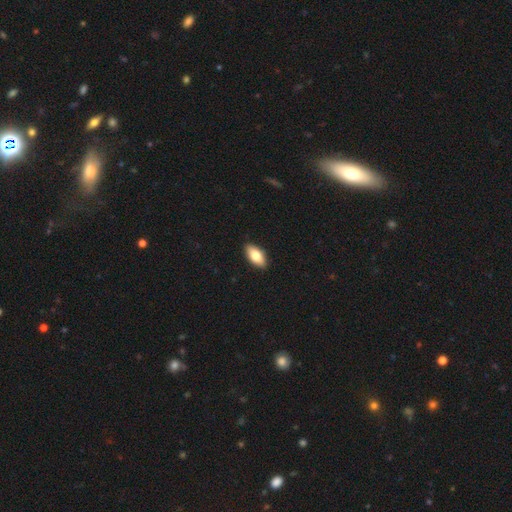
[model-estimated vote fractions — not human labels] A smooth galaxy with no disk features (78%) that is in between round and cigar-shaped (90%). Merging: none (91%).